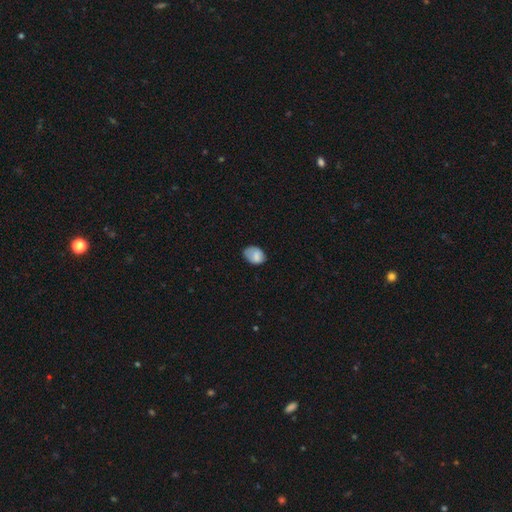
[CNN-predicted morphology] Q: Smooth or featured?
A: smooth (78%); runner-up: featured or disk (14%)
Q: How rounded?
A: in between (72%); runner-up: round (27%)
Q: Merging?
A: none (62%); runner-up: minor disturbance (29%)